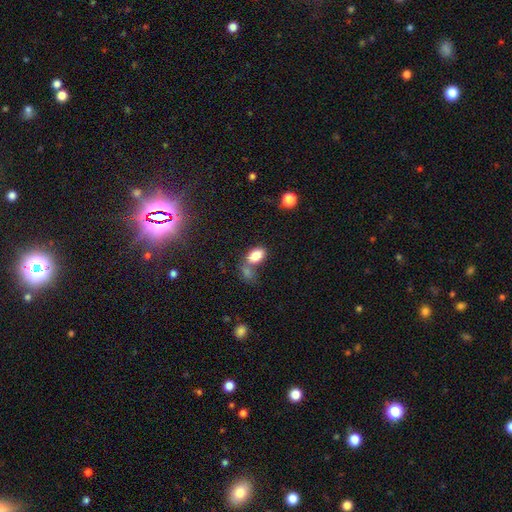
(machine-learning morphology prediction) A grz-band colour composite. It shows a smooth galaxy with no disk features (82%) that is in between round and cigar-shaped (89%). Merging: none (43%).